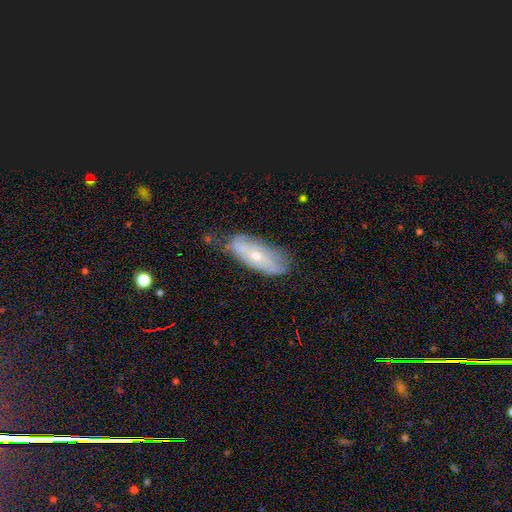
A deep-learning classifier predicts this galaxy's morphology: A featured or disk galaxy (54%).

Vote fractions:
- Smooth or featured? featured or disk: 54% / smooth: 38% / star or artifact: 8%
- Edge-on disk? no: 80% / yes: 20%
- Merging? none: 62% / minor disturbance: 28% / major disturbance: 8% / merger: 2%